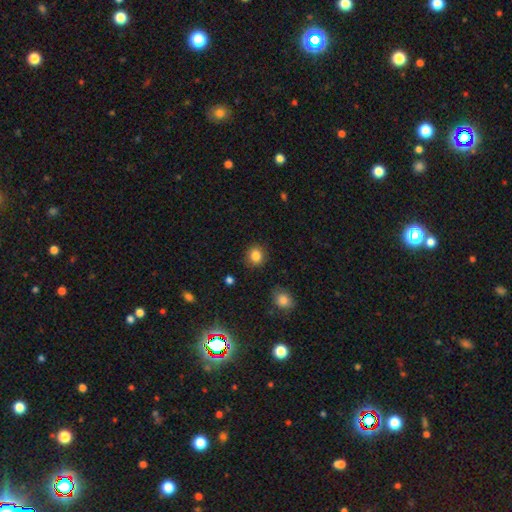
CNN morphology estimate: smooth 85%, star or artifact 10%, featured or disk 5%. Down the decision tree: how rounded — round (79%); merging — none (88%).